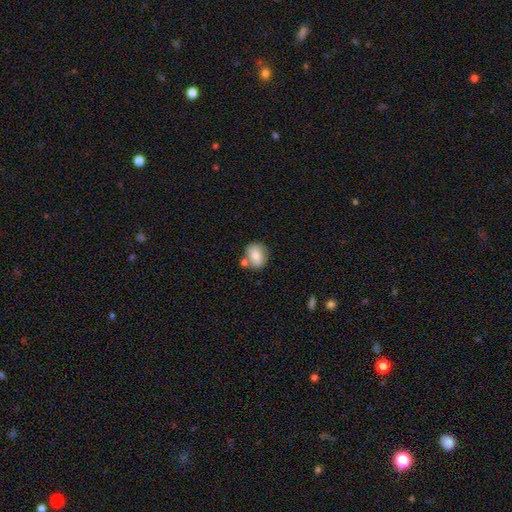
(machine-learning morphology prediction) Smooth or featured? smooth (80%)
How rounded? round (60%)
Merging? none (68%)